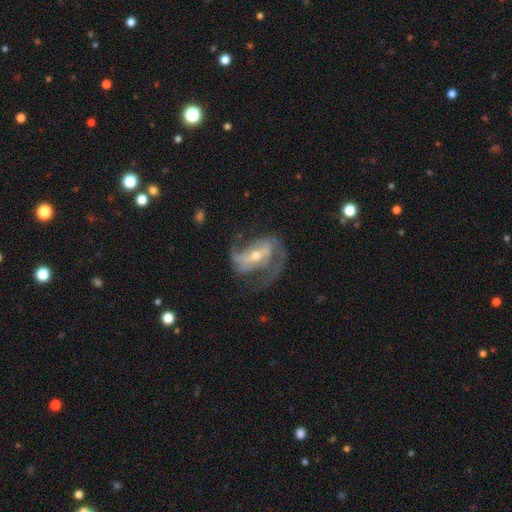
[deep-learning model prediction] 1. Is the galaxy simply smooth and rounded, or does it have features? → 88% featured or disk, 7% smooth, 6% star or artifact.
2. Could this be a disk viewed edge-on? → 96% no, 4% yes.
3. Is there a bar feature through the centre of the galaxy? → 52% strong, 33% weak, 16% no.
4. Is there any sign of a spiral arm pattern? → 95% yes, 5% no.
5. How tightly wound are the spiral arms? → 50% medium, 29% loose, 21% tight.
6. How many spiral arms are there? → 75% 2, 9% 3, 7% can't tell, 5% 1, 2% 4, 2% more than 4.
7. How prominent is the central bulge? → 49% moderate, 47% small, 2% large, 1% none, 1% dominant.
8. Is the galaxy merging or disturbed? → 59% none, 20% major disturbance, 19% minor disturbance, 2% merger.